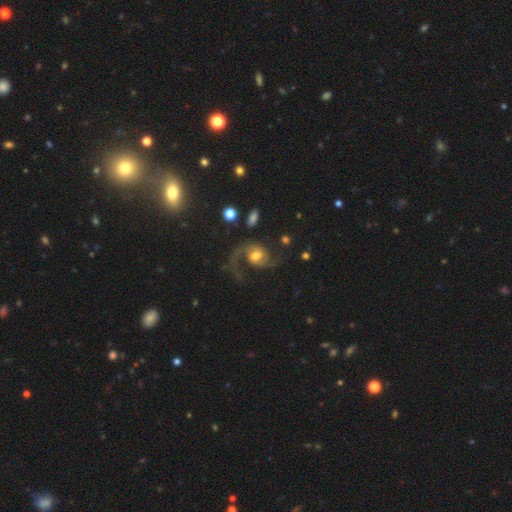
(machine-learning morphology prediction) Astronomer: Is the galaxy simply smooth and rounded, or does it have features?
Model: featured or disk — 82%.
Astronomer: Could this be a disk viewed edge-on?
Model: no — 98%.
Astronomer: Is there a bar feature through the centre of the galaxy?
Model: no — 56% (runner-up: weak, 36%).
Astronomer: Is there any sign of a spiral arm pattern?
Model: yes — 95%.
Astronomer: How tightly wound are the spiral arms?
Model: loose — 56% (runner-up: medium, 37%).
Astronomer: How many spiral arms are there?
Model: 2 — 81%.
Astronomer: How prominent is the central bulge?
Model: moderate — 64%.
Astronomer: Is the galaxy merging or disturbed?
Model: none — 53%.